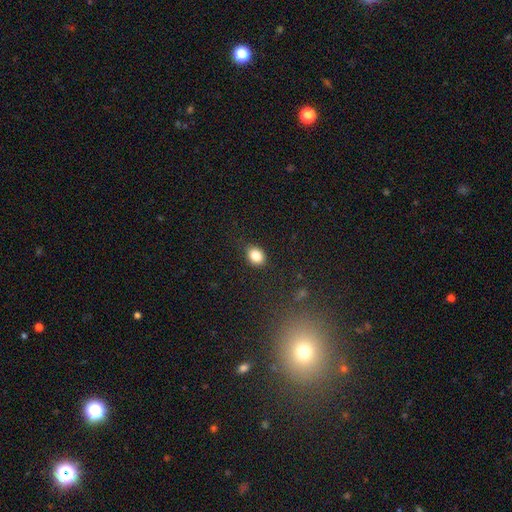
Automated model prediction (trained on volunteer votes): This is clearly a smooth galaxy (85%). How rounded: possibly in between (58%). Merging: clearly none (85%).